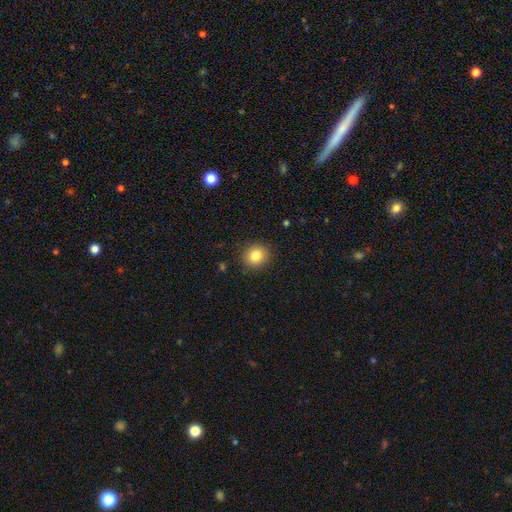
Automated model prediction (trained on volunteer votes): Q: Smooth or featured?
A: smooth (83%); runner-up: star or artifact (10%)
Q: How rounded?
A: round (78%); runner-up: in between (21%)
Q: Merging?
A: none (89%); runner-up: minor disturbance (8%)